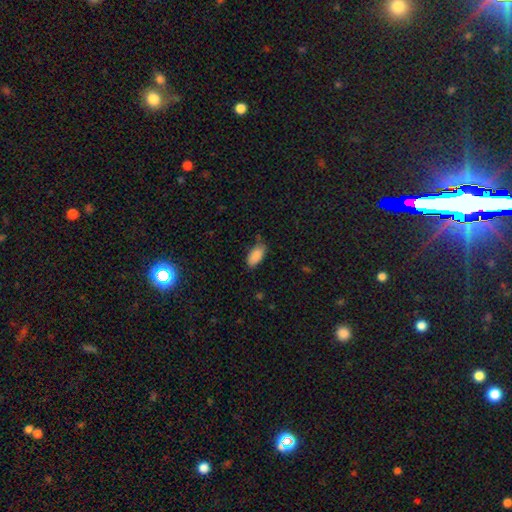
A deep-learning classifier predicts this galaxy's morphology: Q: Smooth or featured?
A: smooth (88%); runner-up: star or artifact (7%)
Q: How rounded?
A: in between (91%); runner-up: cigar-shaped (7%)
Q: Merging?
A: none (74%); runner-up: minor disturbance (20%)